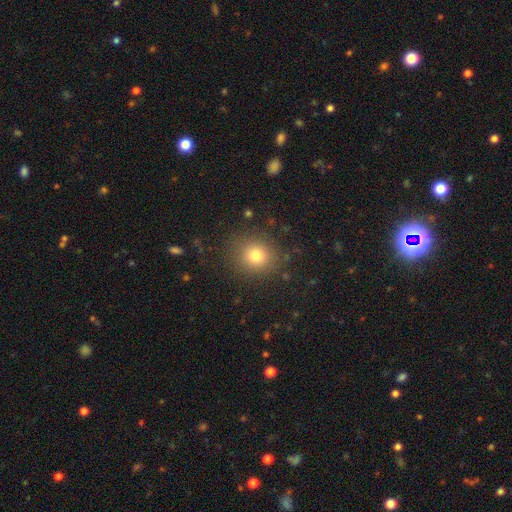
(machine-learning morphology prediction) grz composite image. It shows a smooth galaxy with no disk features (77%) that is round (85%). Merging: none (86%).